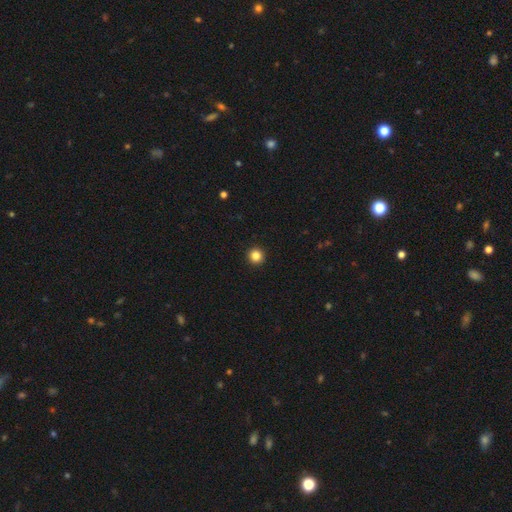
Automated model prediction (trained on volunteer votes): Morphology: type=smooth (85%); roundness=round (95%); merging=none (94%).